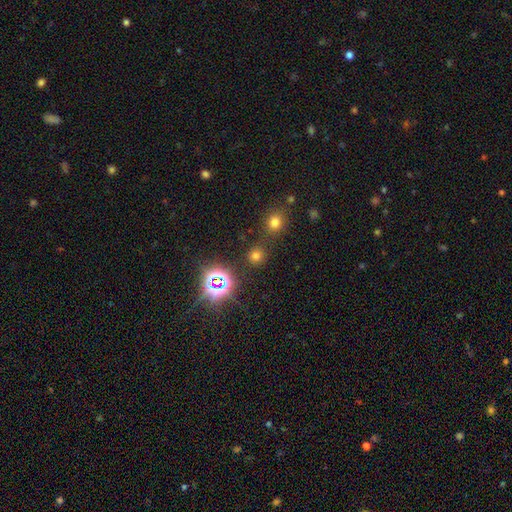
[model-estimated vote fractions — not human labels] Smooth or featured: smooth — 62% (star or artifact — 32%)
How rounded: round — 90% (in between — 9%)
Merging: none — 81% (minor disturbance — 8%)